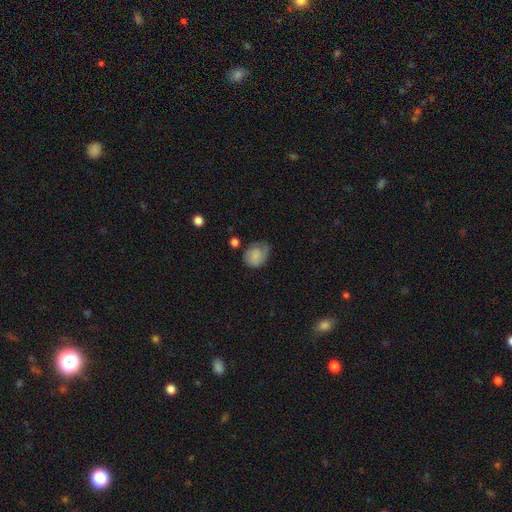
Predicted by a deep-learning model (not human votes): A smooth galaxy with no disk features (75%) that is round (54%).

Vote fractions:
- Smooth or featured? smooth: 75% / featured or disk: 16% / star or artifact: 9%
- How rounded? round: 54% / in between: 45% / cigar-shaped: 1%
- Merging? none: 46% / minor disturbance: 37% / major disturbance: 14% / merger: 3%